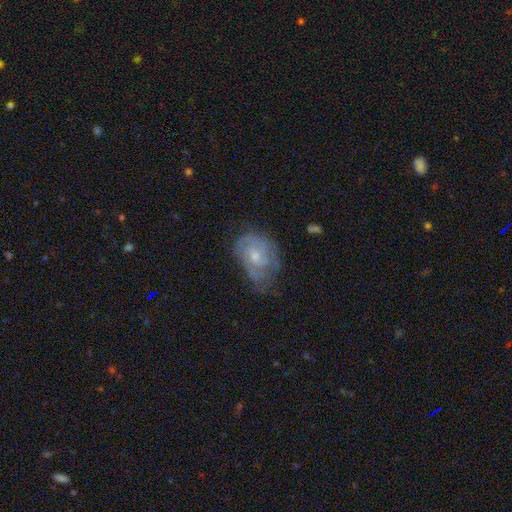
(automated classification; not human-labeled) The model was most divided on "bulge size": moderate: 47%, small: 45%, none: 4%, large: 3%, dominant: 1%. Remaining: edge-on disk — no (97%); spiral arms — yes (80%); bar — no (71%); smooth or featured — featured or disk (69%); spiral winding — tight (57%); merging — none (52%); spiral arm count — can't tell (43%).